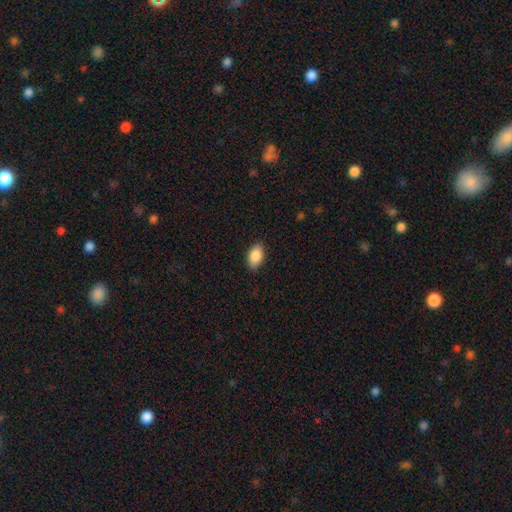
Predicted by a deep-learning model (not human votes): A smooth galaxy with no disk features (88%) that is in between round and cigar-shaped (93%).

Vote fractions:
- Smooth or featured? smooth: 88% / star or artifact: 7% / featured or disk: 5%
- How rounded? in between: 93% / round: 5% / cigar-shaped: 2%
- Merging? none: 87% / minor disturbance: 10% / major disturbance: 2% / merger: 1%